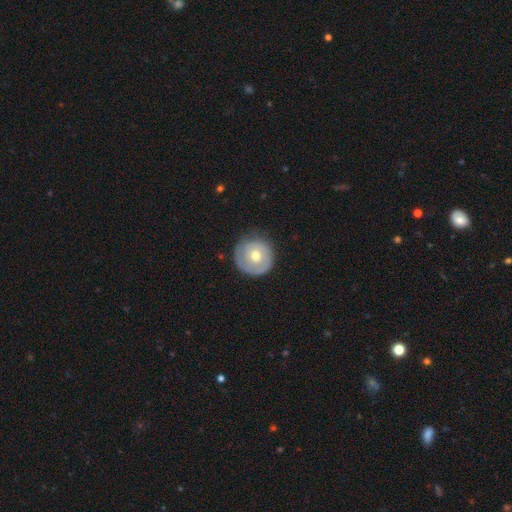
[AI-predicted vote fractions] Smooth or featured?
  - smooth: 52% *
  - featured or disk: 41%
  - star or artifact: 7%
How rounded?
  - round: 94% *
  - in between: 5%
  - cigar-shaped: 1%
Merging?
  - none: 76% *
  - minor disturbance: 18%
  - major disturbance: 5%
  - merger: 1%